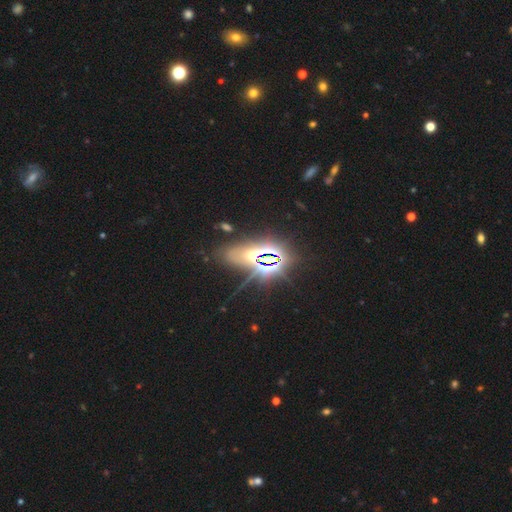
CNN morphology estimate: This is likely a star or artifact rather than a galaxy (64%).